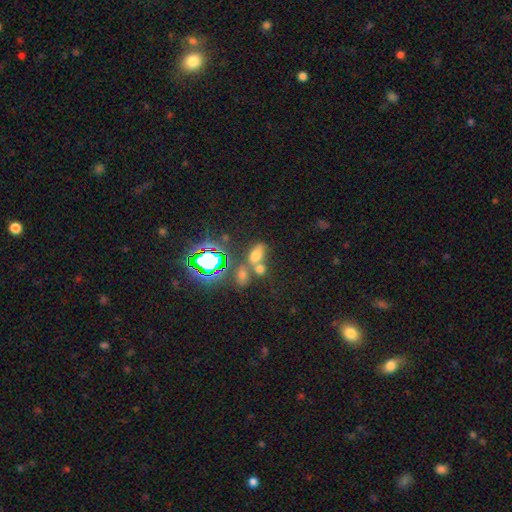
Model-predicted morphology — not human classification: This is possibly a smooth galaxy (58%). How rounded: clearly in between (80%). Merging: possibly none (46%).